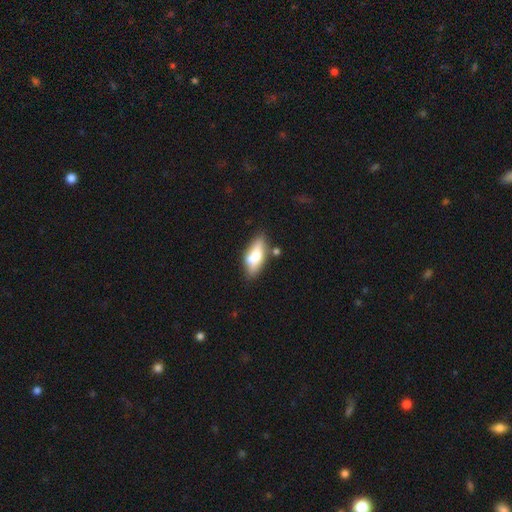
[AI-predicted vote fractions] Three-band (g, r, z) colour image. It shows a smooth galaxy with no disk features (57%) that is in between round and cigar-shaped (67%). Merging: none (66%).